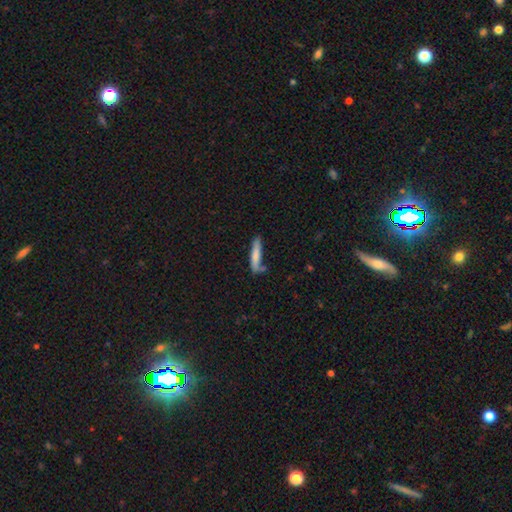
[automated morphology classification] Smooth or featured? Predicted: smooth (p=0.74). How rounded? Predicted: cigar-shaped (p=0.87). Merging? Predicted: none (p=0.65).